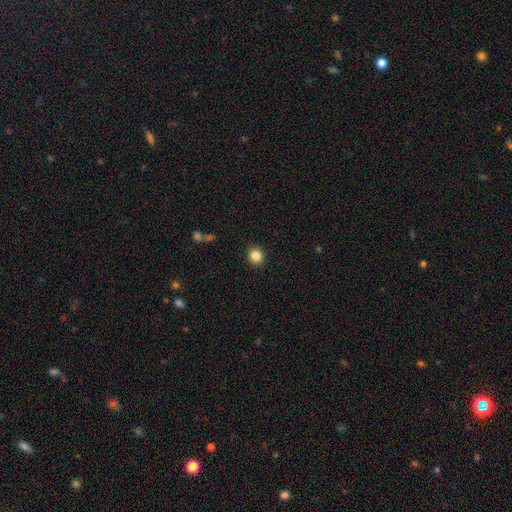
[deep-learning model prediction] Smooth or featured: smooth — 85% (star or artifact — 10%)
How rounded: round — 81% (in between — 18%)
Merging: none — 91% (minor disturbance — 6%)